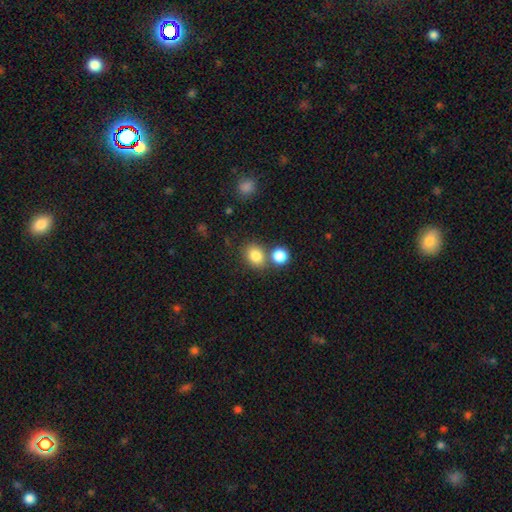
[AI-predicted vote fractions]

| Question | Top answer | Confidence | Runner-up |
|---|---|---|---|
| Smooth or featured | smooth | 83% | star or artifact (11%) |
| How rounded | round | 59% | in between (40%) |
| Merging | none | 60% | merger (27%) |